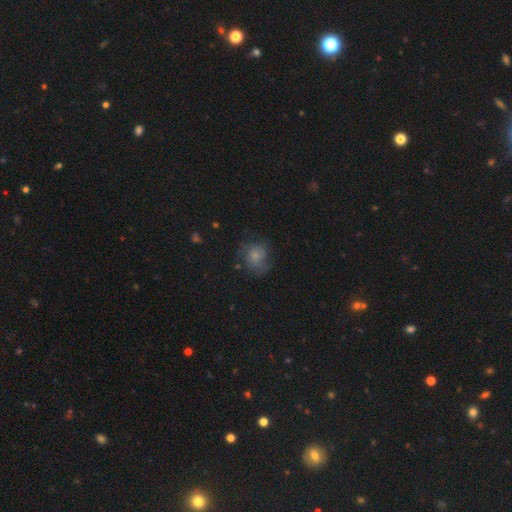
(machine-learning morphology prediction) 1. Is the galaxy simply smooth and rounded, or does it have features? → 61% smooth, 27% featured or disk, 12% star or artifact.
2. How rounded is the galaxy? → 73% round, 26% in between, 1% cigar-shaped.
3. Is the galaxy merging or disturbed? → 54% none, 25% minor disturbance, 19% major disturbance, 2% merger.